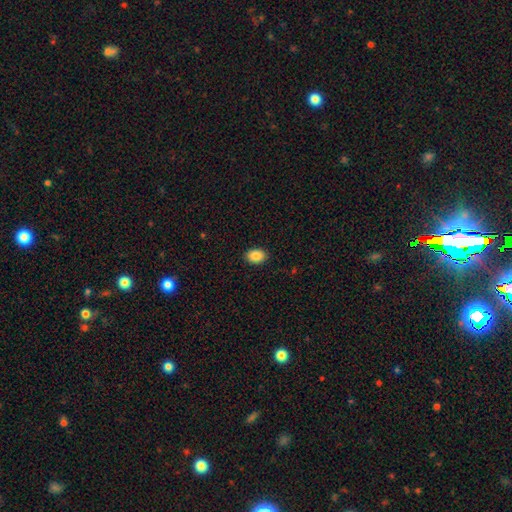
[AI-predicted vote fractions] smooth-or-featured: smooth: 88% | star or artifact: 8% | featured or disk: 4%
  how-rounded: in between: 76% | round: 23% | cigar-shaped: 1%
  merging: none: 90% | minor disturbance: 7% | major disturbance: 2% | merger: 1%